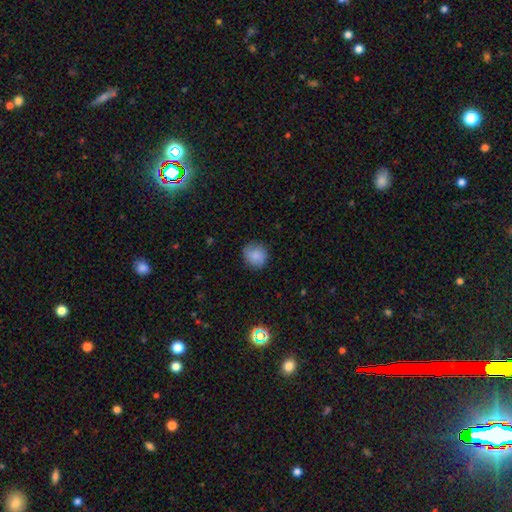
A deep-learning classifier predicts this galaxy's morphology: Q: Smooth or featured?
A: smooth (82%); runner-up: featured or disk (10%)
Q: How rounded?
A: round (85%); runner-up: in between (14%)
Q: Merging?
A: none (82%); runner-up: minor disturbance (14%)